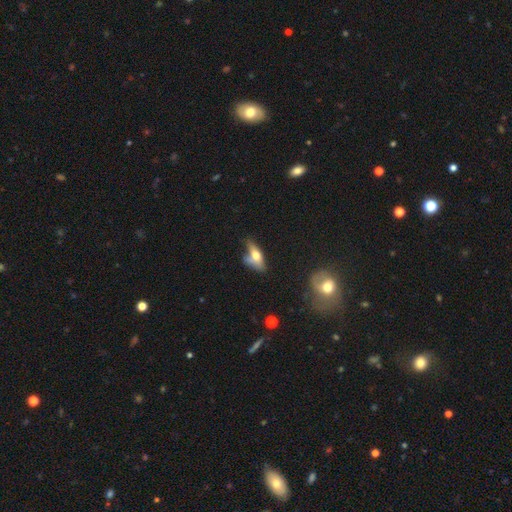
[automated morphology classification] Smooth or featured? Predicted: smooth (p=0.55). How rounded? Predicted: in between (p=0.72). Merging? Predicted: none (p=0.35).